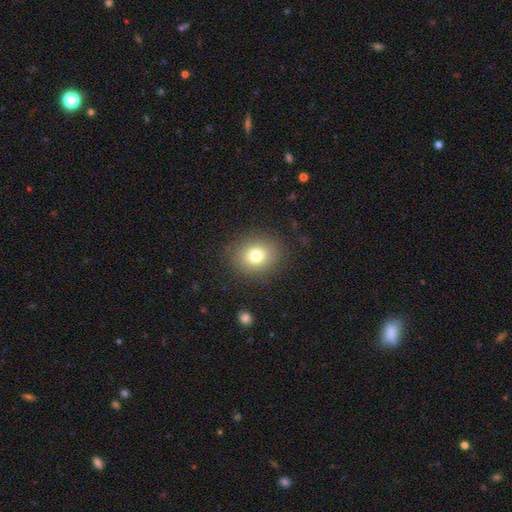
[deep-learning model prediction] smooth 78%, star or artifact 12%, featured or disk 10%. Down the decision tree: how rounded — round (73%); merging — none (87%).